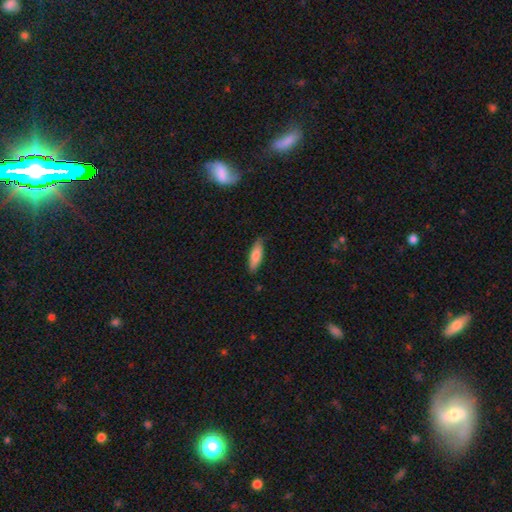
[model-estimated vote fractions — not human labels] This is clearly a smooth galaxy (81%). How rounded: possibly cigar-shaped (52%). Merging: clearly none (81%).